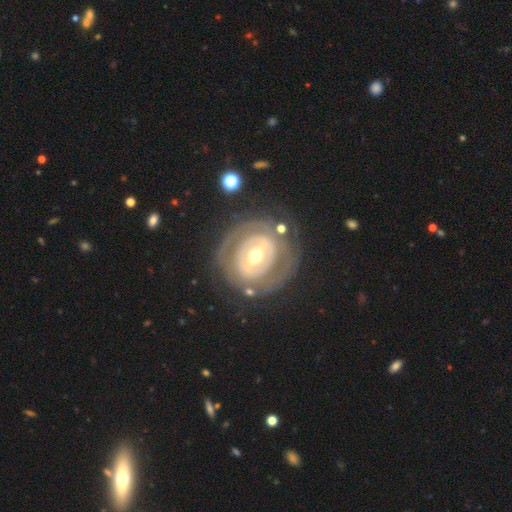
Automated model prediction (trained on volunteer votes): Smooth or featured? featured or disk (81%)
Edge-on disk? no (95%)
Bar? strong (46%)
Spiral arms? yes (56%)
Bulge size? moderate (66%)
Merging? none (72%)